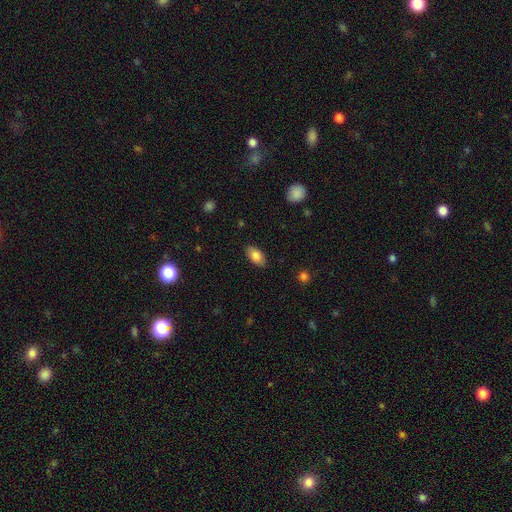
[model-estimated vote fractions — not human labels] Smooth or featured?
  - smooth: 83% *
  - featured or disk: 10%
  - star or artifact: 7%
How rounded?
  - in between: 93% *
  - round: 4%
  - cigar-shaped: 3%
Merging?
  - none: 86% *
  - minor disturbance: 10%
  - major disturbance: 2%
  - merger: 1%